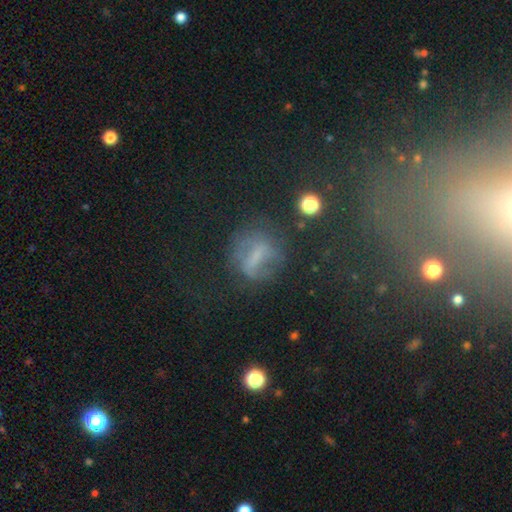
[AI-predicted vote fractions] smooth_or_featured: smooth (p=0.36) [alt: featured or disk p=0.35]
merging: none (p=0.56) [alt: minor disturbance p=0.20]